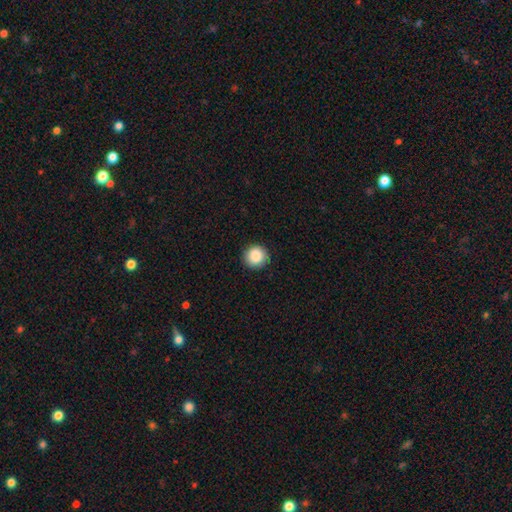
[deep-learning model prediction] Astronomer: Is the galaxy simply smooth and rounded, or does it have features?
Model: smooth — 88%.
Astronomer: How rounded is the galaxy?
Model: round — 92%.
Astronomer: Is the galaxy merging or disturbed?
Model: none — 90%.